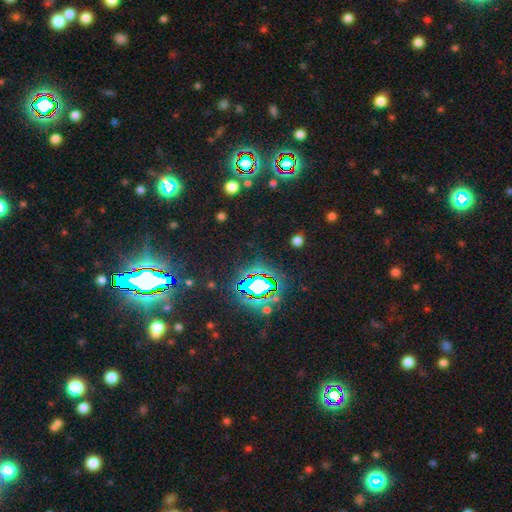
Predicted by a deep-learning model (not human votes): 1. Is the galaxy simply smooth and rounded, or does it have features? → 83% star or artifact, 9% smooth, 8% featured or disk.